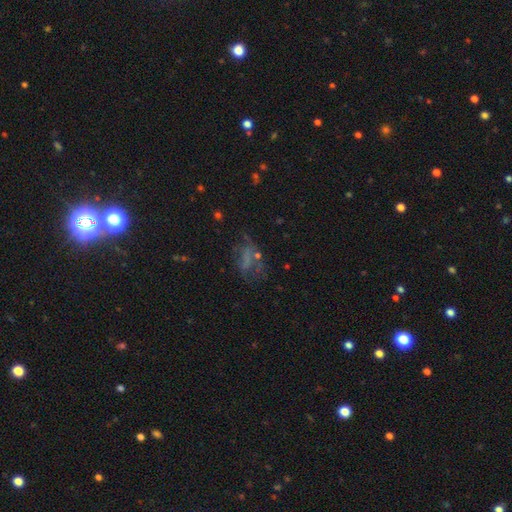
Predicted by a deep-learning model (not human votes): The model was most divided on "smooth or featured": featured or disk: 35%, smooth: 33%, star or artifact: 32%. Remaining: merging — none (43%).